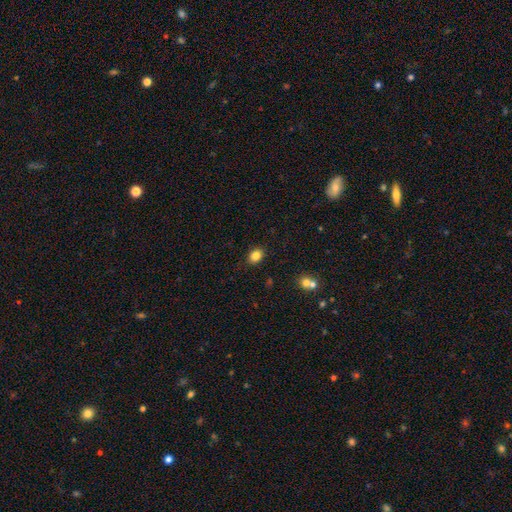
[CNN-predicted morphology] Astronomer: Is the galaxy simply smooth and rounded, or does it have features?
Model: smooth — 83%.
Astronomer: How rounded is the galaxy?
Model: in between — 57% (runner-up: round, 42%).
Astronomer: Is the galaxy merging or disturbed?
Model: none — 87%.